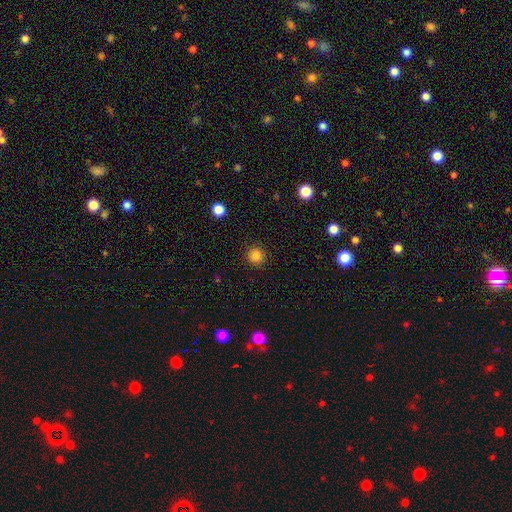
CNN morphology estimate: Smooth or featured: smooth — 84% (star or artifact — 12%)
How rounded: round — 95% (in between — 4%)
Merging: none — 92% (minor disturbance — 5%)